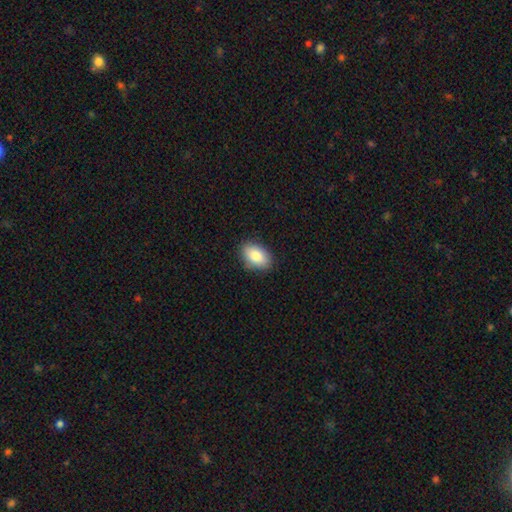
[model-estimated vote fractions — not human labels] Morphology: type=smooth (86%); roundness=in between (90%); merging=none (86%).